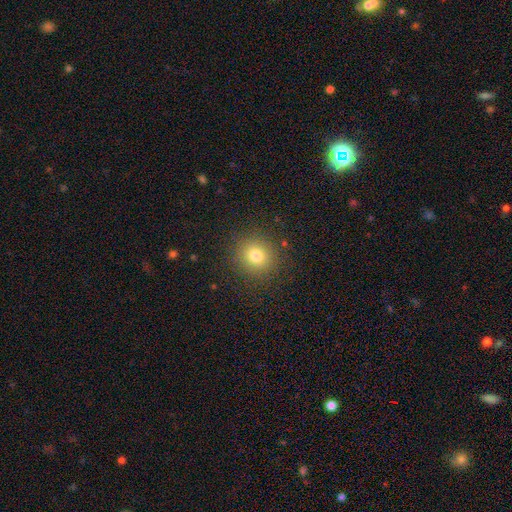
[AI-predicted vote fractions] Morphology: type=smooth (77%); roundness=round (89%); merging=none (89%).